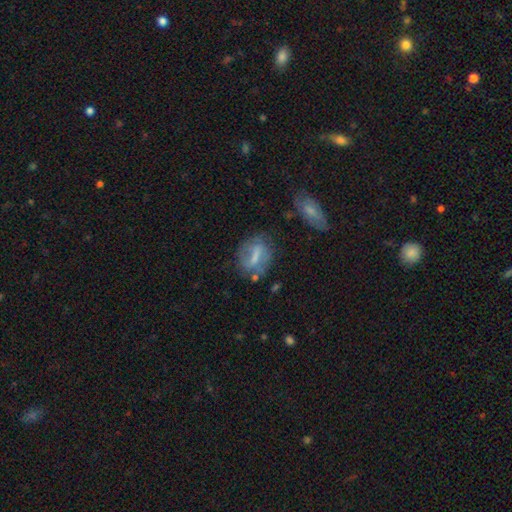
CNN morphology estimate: Smooth or featured? featured or disk (47%)
Merging? none (58%)